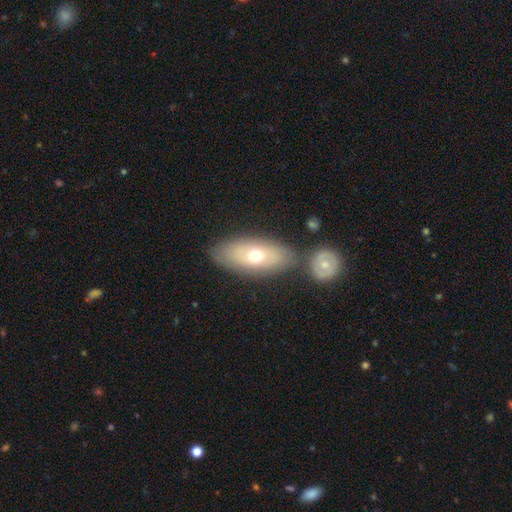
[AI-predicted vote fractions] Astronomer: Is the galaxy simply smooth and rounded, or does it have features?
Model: smooth — 61%.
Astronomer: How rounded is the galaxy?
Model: in between — 86%.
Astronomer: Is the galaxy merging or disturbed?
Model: none — 69%.